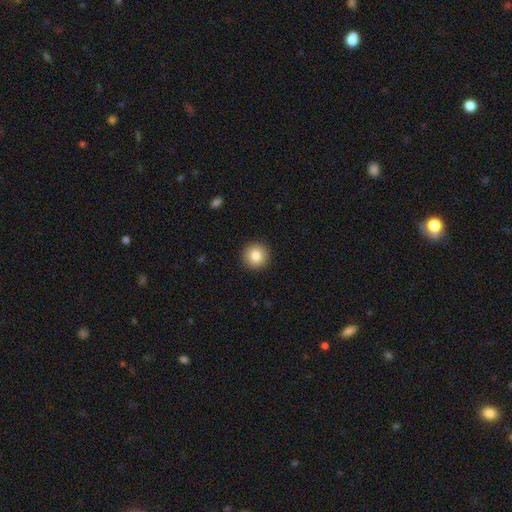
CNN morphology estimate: Smooth or featured?
  - smooth: 83% *
  - star or artifact: 9%
  - featured or disk: 8%
How rounded?
  - round: 95% *
  - in between: 4%
  - cigar-shaped: 1%
Merging?
  - none: 92% *
  - minor disturbance: 5%
  - major disturbance: 2%
  - merger: 1%